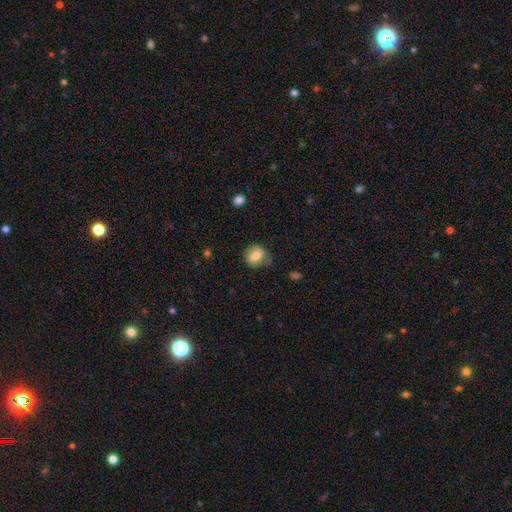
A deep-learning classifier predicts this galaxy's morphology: Smooth or featured: smooth — 69% (featured or disk — 23%)
How rounded: round — 63% (in between — 36%)
Merging: none — 70% (minor disturbance — 21%)